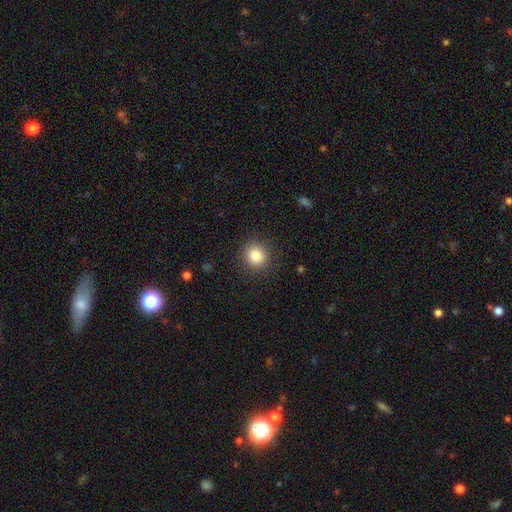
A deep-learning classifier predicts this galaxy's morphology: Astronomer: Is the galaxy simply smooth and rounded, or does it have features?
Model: smooth — 85%.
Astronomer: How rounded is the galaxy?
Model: round — 91%.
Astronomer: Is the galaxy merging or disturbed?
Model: none — 90%.